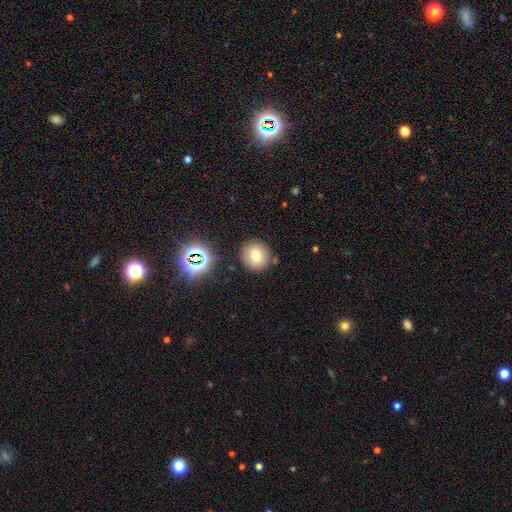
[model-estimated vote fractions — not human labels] This is likely a smooth galaxy (71%). How rounded: clearly round (87%). Merging: clearly none (85%).